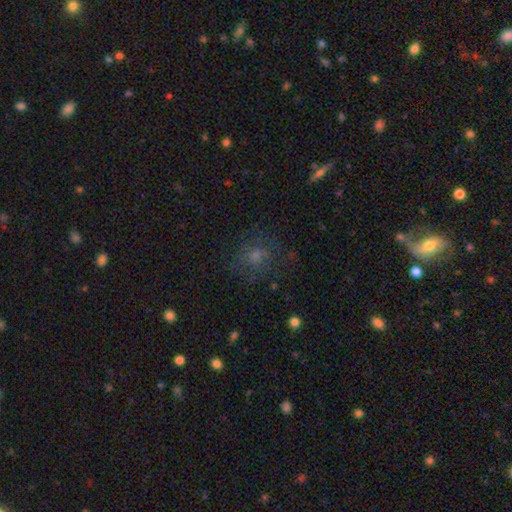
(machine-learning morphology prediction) A smooth galaxy with no disk features (47%).

Vote fractions:
- Smooth or featured? smooth: 47% / star or artifact: 27% / featured or disk: 25%
- Merging? none: 73% / minor disturbance: 15% / major disturbance: 10% / merger: 2%